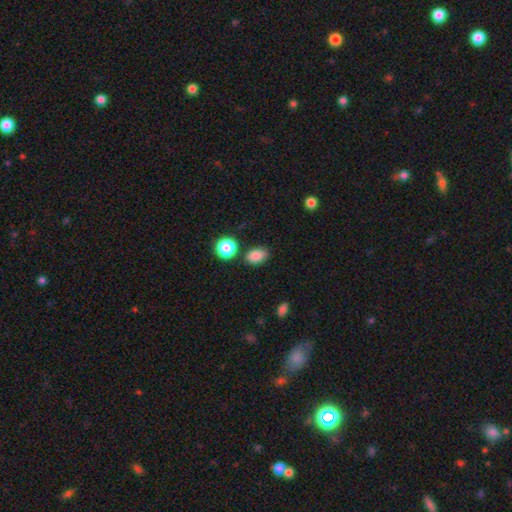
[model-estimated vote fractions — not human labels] Smooth or featured?
  - smooth: 84% *
  - star or artifact: 11%
  - featured or disk: 5%
How rounded?
  - in between: 80% *
  - round: 18%
  - cigar-shaped: 1%
Merging?
  - none: 77% *
  - minor disturbance: 14%
  - merger: 6%
  - major disturbance: 3%